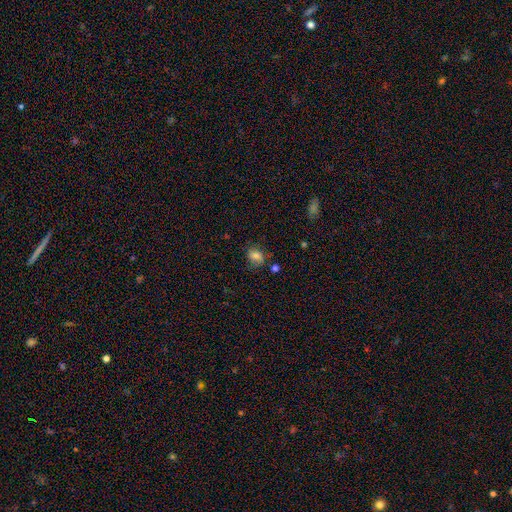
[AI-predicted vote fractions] Smooth or featured? Predicted: smooth (p=0.73). How rounded? Predicted: in between (p=0.61). Merging? Predicted: none (p=0.65).